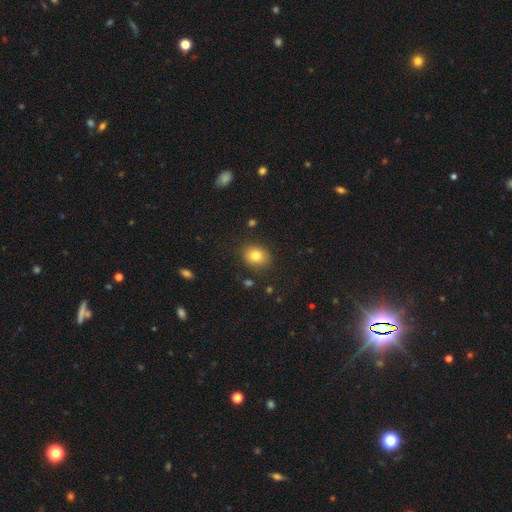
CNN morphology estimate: smooth-or-featured: smooth: 80% | star or artifact: 11% | featured or disk: 9%
  how-rounded: round: 56% | in between: 43% | cigar-shaped: 1%
  merging: none: 87% | minor disturbance: 9% | major disturbance: 3% | merger: 2%